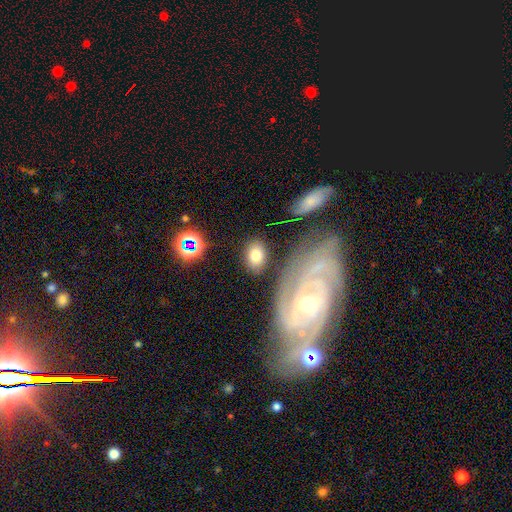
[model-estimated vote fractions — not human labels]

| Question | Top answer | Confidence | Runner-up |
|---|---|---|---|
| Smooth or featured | smooth | 75% | featured or disk (16%) |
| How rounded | in between | 77% | round (21%) |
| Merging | none | 77% | minor disturbance (12%) |